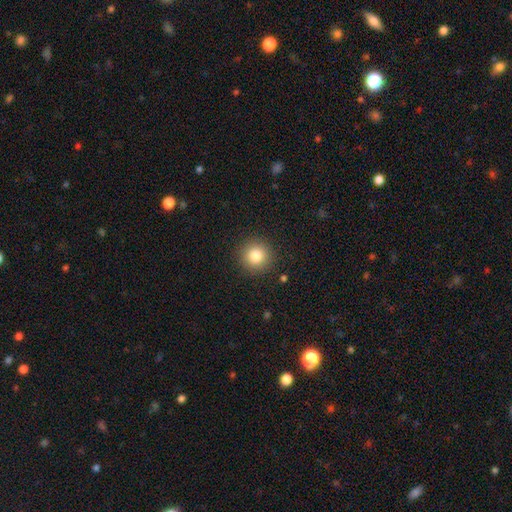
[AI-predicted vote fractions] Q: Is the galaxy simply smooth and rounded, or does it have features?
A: smooth — 83%.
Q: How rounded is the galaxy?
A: round — 94%.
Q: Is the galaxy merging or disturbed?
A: none — 90%.